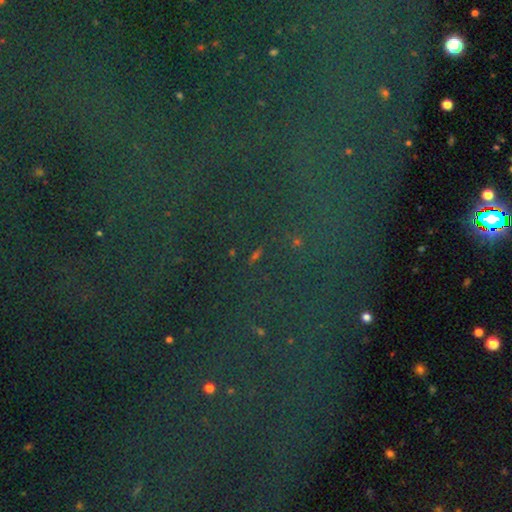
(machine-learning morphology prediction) The model was most divided on "smooth or featured": star or artifact: 80%, smooth: 12%, featured or disk: 8%.